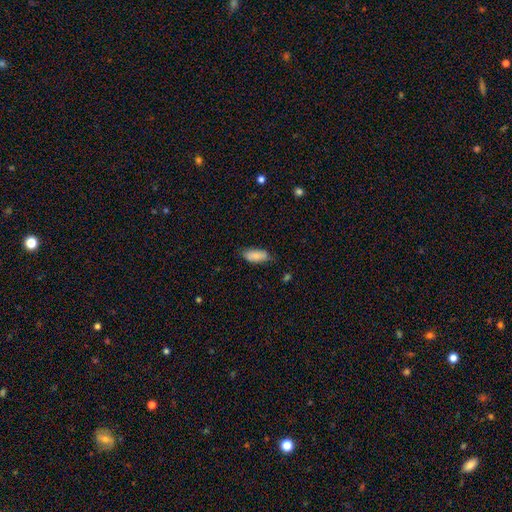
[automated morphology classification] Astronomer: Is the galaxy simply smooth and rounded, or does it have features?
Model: smooth — 86%.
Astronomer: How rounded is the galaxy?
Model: in between — 86%.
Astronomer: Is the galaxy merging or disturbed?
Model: none — 72%.